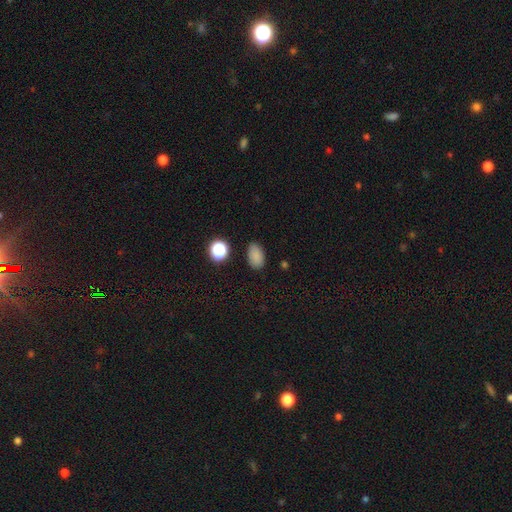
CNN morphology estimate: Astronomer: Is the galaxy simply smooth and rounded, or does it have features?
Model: smooth — 83%.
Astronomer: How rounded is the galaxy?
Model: in between — 88%.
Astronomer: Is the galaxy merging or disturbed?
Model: none — 84%.